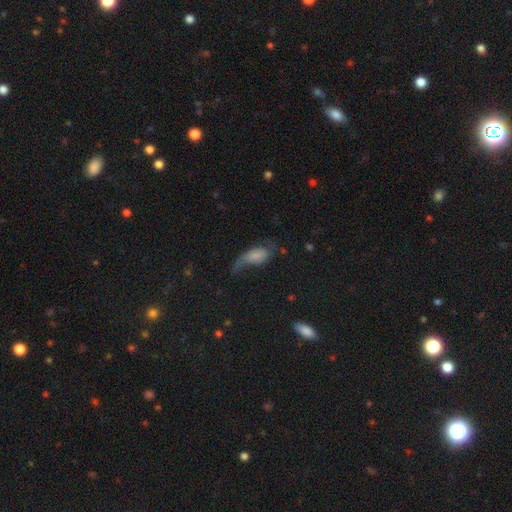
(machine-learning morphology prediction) Smooth or featured?
  - smooth: 51% *
  - featured or disk: 39%
  - star or artifact: 10%
How rounded?
  - in between: 87% *
  - cigar-shaped: 8%
  - round: 5%
Merging?
  - major disturbance: 41% *
  - none: 29%
  - minor disturbance: 26%
  - merger: 4%